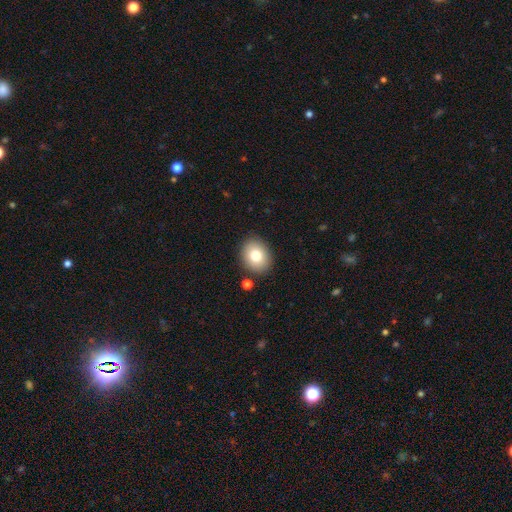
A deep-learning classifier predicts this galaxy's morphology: smooth-or-featured: smooth: 79% | featured or disk: 11% | star or artifact: 9%
  how-rounded: round: 53% | in between: 46% | cigar-shaped: 1%
  merging: none: 86% | minor disturbance: 8% | merger: 3% | major disturbance: 2%